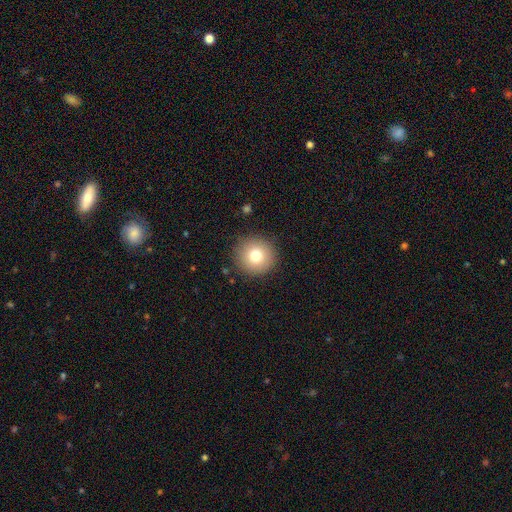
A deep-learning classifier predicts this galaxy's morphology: smooth_or_featured: smooth (p=0.76) [alt: featured or disk p=0.12]
how_rounded: round (p=0.94) [alt: in between p=0.05]
merging: none (p=0.90) [alt: minor disturbance p=0.07]